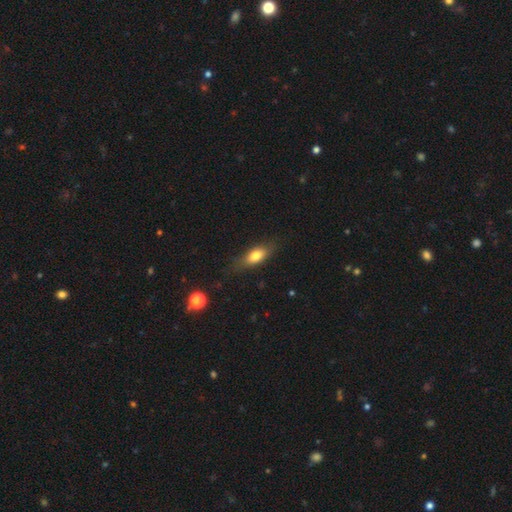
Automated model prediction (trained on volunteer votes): Overall: smooth (75%). How rounded: in between (74%). Merging: none (76%).